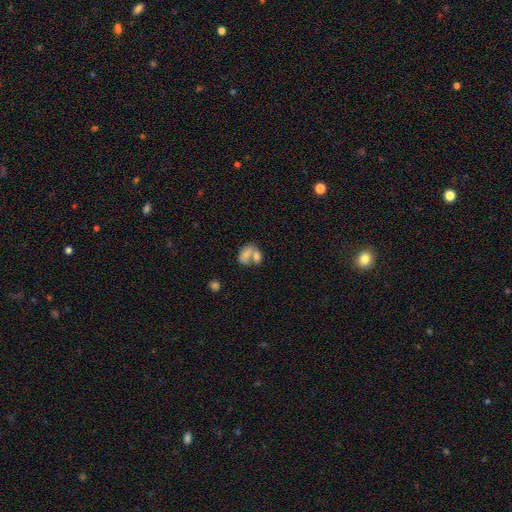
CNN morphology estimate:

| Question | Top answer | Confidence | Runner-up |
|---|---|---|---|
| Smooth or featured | smooth | 68% | featured or disk (22%) |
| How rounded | in between | 80% | round (18%) |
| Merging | merger | 64% | none (21%) |